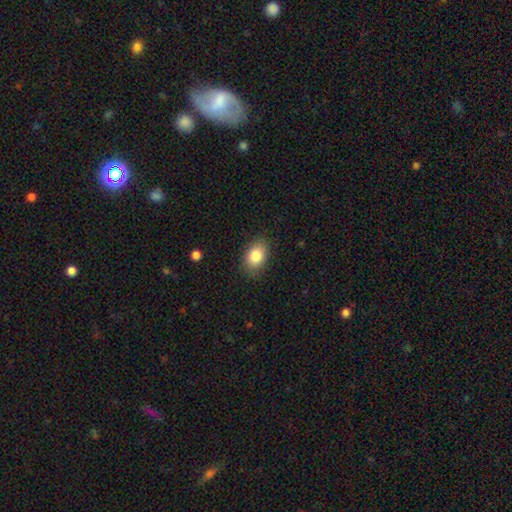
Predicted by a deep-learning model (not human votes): smooth-or-featured: smooth: 83% | featured or disk: 8% | star or artifact: 8%
  how-rounded: in between: 80% | round: 19% | cigar-shaped: 1%
  merging: none: 85% | minor disturbance: 11% | major disturbance: 3% | merger: 1%